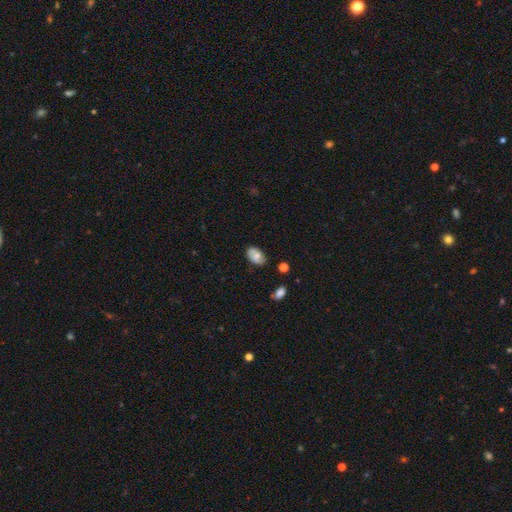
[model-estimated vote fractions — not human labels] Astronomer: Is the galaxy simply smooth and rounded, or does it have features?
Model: smooth — 65%.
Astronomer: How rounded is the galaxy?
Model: in between — 92%.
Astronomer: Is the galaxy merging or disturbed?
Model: none — 70%.